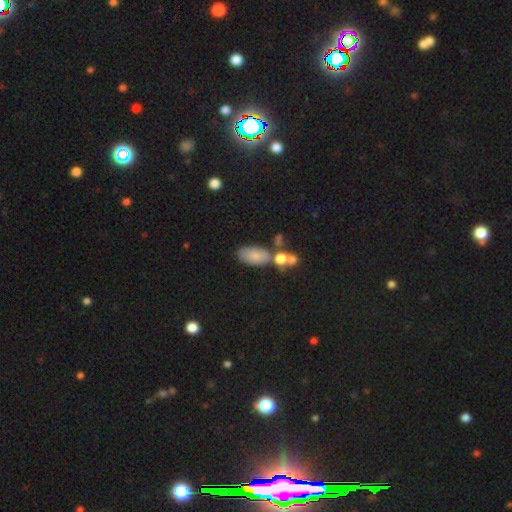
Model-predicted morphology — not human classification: A smooth galaxy with no disk features (75%) that is in between round and cigar-shaped (90%).

Vote fractions:
- Smooth or featured? smooth: 75% / featured or disk: 14% / star or artifact: 11%
- How rounded? in between: 90% / round: 6% / cigar-shaped: 5%
- Merging? none: 54% / merger: 22% / minor disturbance: 17% / major disturbance: 7%